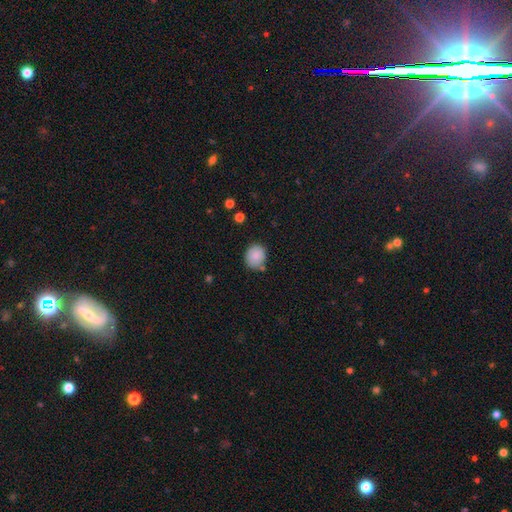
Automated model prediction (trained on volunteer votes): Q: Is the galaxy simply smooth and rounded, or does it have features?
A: smooth — 87%.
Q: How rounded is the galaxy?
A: round — 70%.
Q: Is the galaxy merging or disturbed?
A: none — 76%.